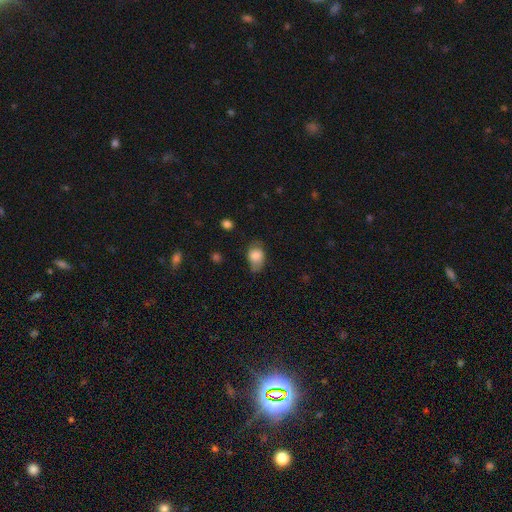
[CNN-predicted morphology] Q: Smooth or featured?
A: smooth (78%); runner-up: featured or disk (14%)
Q: How rounded?
A: in between (79%); runner-up: round (20%)
Q: Merging?
A: none (53%); runner-up: minor disturbance (34%)